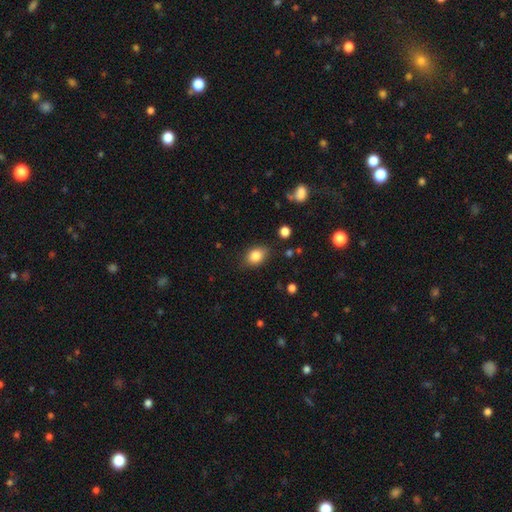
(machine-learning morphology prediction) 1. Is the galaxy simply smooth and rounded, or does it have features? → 84% smooth, 9% star or artifact, 7% featured or disk.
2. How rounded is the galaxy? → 71% in between, 28% round, 2% cigar-shaped.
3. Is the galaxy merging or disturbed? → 80% none, 15% minor disturbance, 4% major disturbance, 2% merger.